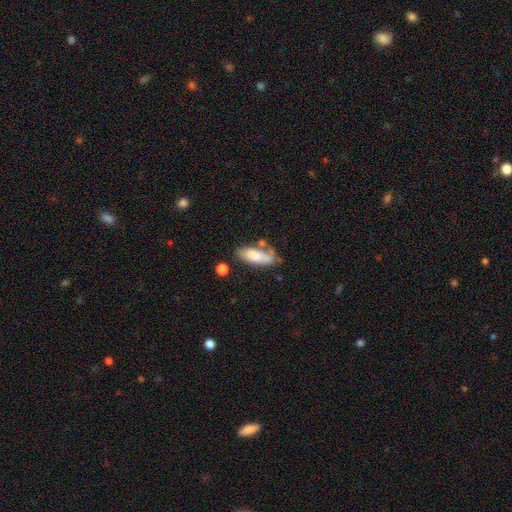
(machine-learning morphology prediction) This appears to be a smooth galaxy with no disk features (74%) that is in between round and cigar-shaped (69%). Merging: none (48%).